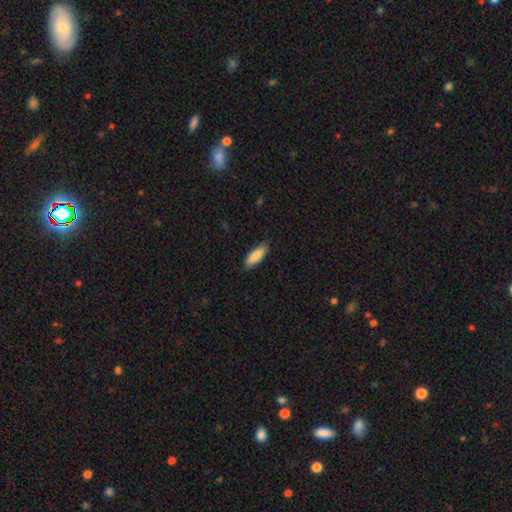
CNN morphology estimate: smooth_or_featured: smooth (p=0.86) [alt: featured or disk p=0.08]
how_rounded: in between (p=0.62) [alt: cigar-shaped p=0.37]
merging: none (p=0.86) [alt: minor disturbance p=0.11]